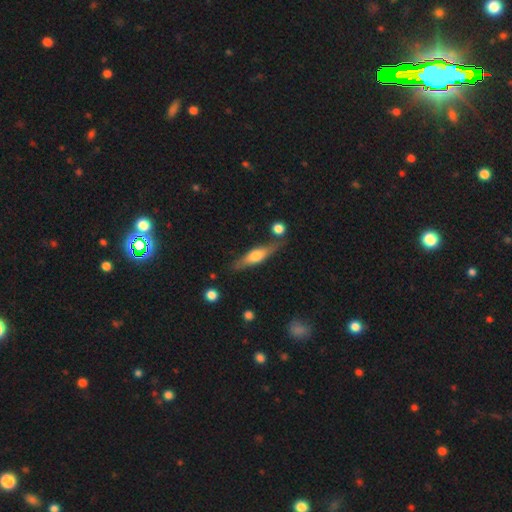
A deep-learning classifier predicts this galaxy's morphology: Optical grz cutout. It shows a featured or disk galaxy (53%) viewed edge-on (89%). Merging: none (74%).